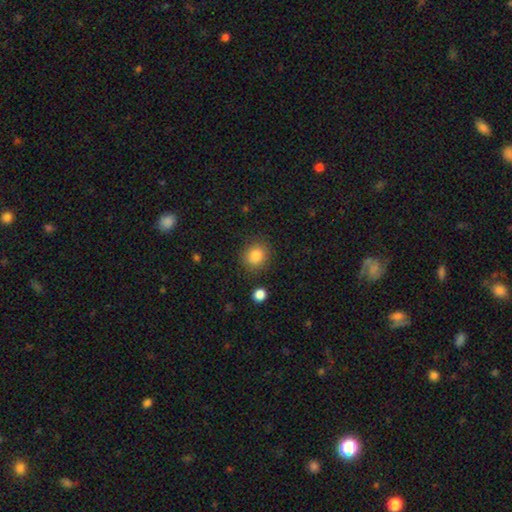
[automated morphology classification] Smooth or featured? Predicted: smooth (p=0.84). How rounded? Predicted: round (p=0.79). Merging? Predicted: none (p=0.85).